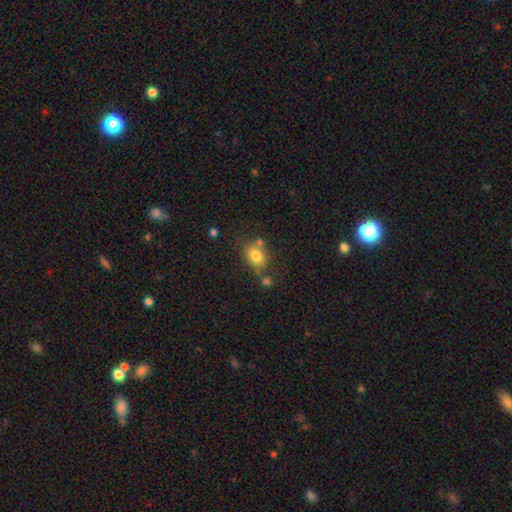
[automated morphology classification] Smooth or featured? smooth (79%)
How rounded? round (51%)
Merging? none (63%)